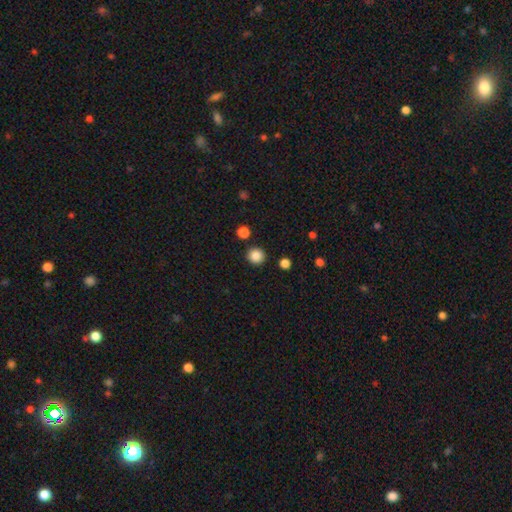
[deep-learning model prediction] Smooth or featured? smooth (86%)
How rounded? round (92%)
Merging? none (90%)